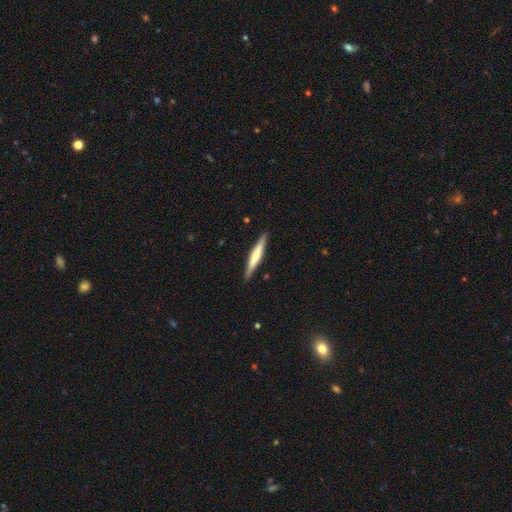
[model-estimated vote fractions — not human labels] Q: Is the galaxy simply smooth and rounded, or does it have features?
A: smooth — 50%.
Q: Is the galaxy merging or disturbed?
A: none — 91%.